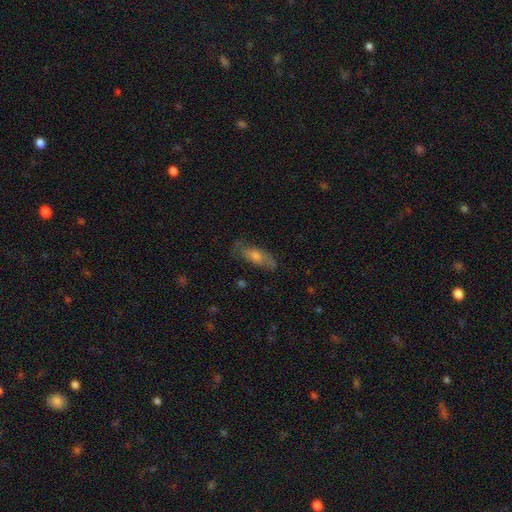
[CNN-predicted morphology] featured or disk 46%, smooth 44%, star or artifact 10%. Down the decision tree: merging — none (70%).